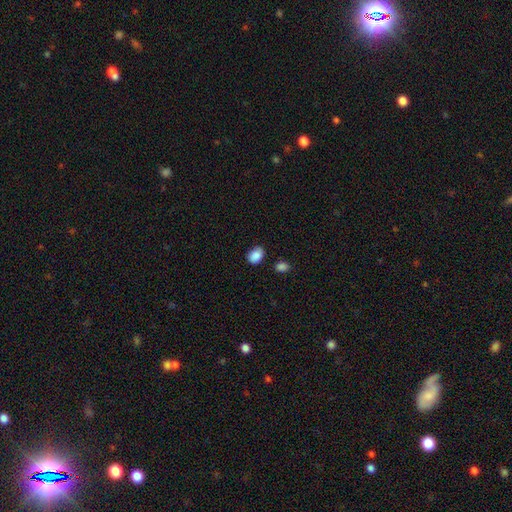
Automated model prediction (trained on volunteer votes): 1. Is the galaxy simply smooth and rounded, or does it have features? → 88% smooth, 8% star or artifact, 4% featured or disk.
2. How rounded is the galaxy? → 71% in between, 28% round, 1% cigar-shaped.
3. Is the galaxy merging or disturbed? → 75% none, 18% minor disturbance, 4% merger, 3% major disturbance.